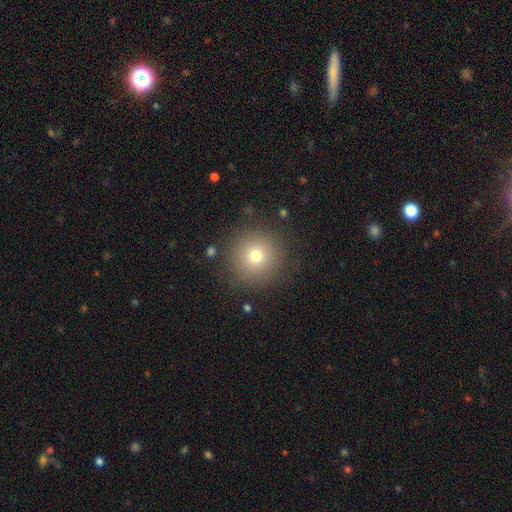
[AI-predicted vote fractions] smooth-or-featured: smooth: 74% | star or artifact: 15% | featured or disk: 11%
  how-rounded: round: 96% | in between: 3% | cigar-shaped: 1%
  merging: none: 88% | minor disturbance: 7% | major disturbance: 3% | merger: 2%